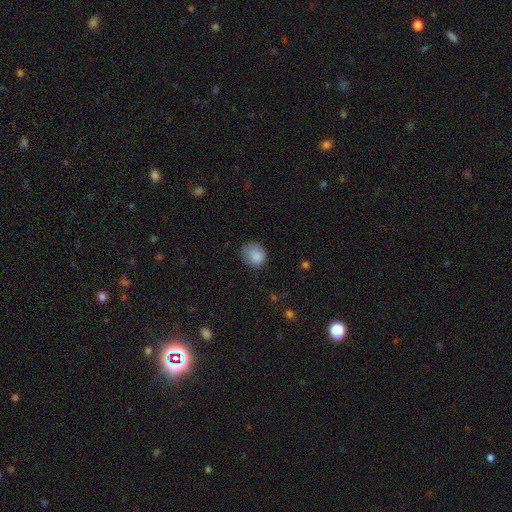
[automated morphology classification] type=smooth (87%); roundness=round (70%); merging=none (69%).